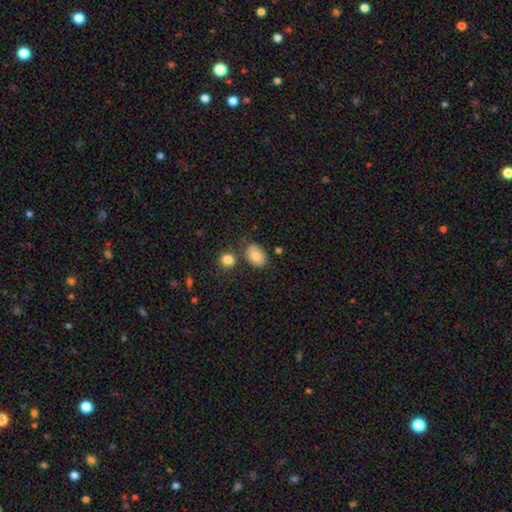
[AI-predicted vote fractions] This appears to be a smooth galaxy with no disk features (81%) that is in between round and cigar-shaped (78%). Merging: none (73%).